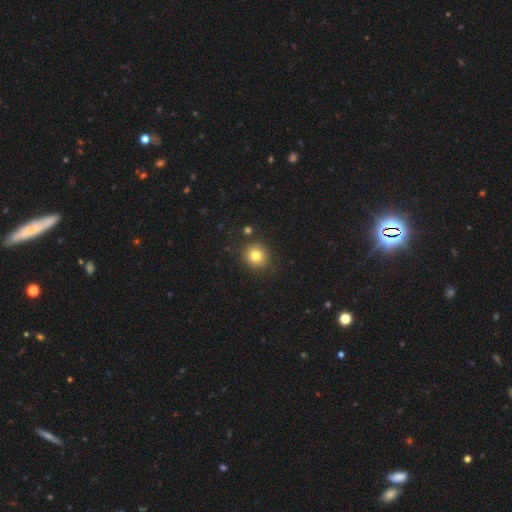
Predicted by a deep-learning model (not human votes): Morphology: type=smooth (79%); roundness=round (89%); merging=none (85%).